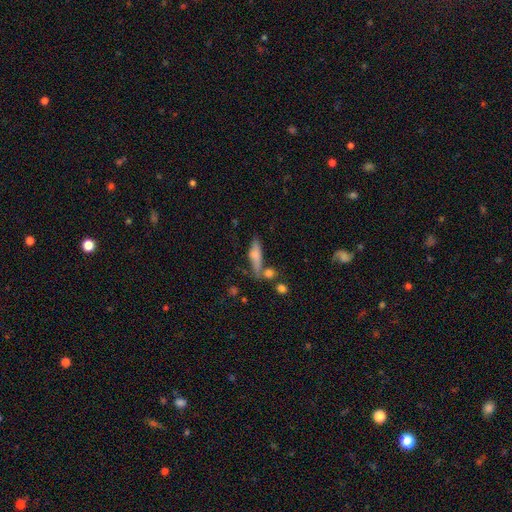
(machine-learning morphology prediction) Smooth or featured? smooth (64%)
How rounded? cigar-shaped (66%)
Merging? none (56%)